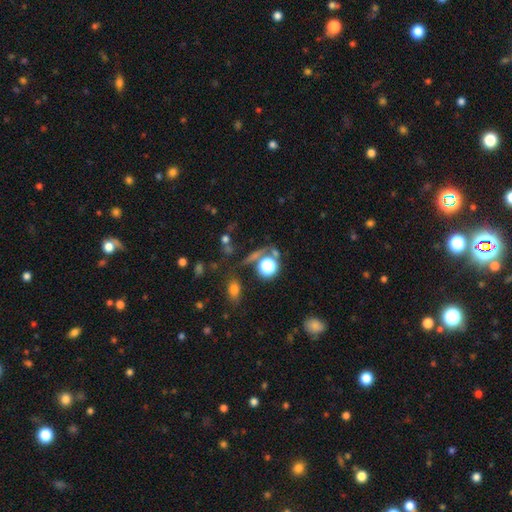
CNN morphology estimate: Q: Smooth or featured?
A: star or artifact (50%); runner-up: smooth (33%)